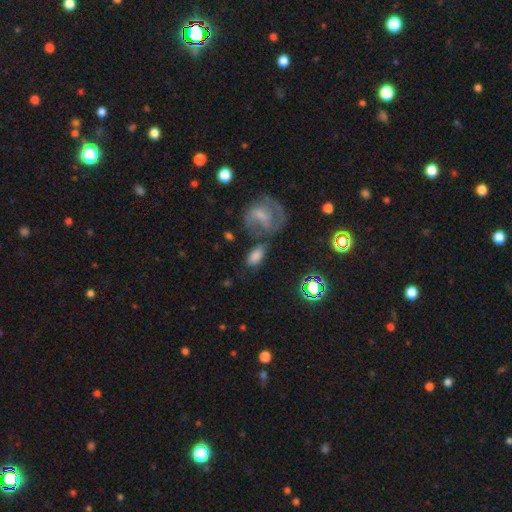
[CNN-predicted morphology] A smooth galaxy with no disk features (67%) that is in between round and cigar-shaped (84%).

Vote fractions:
- Smooth or featured? smooth: 67% / featured or disk: 19% / star or artifact: 14%
- How rounded? in between: 84% / round: 13% / cigar-shaped: 3%
- Merging? none: 57% / minor disturbance: 19% / merger: 13% / major disturbance: 11%